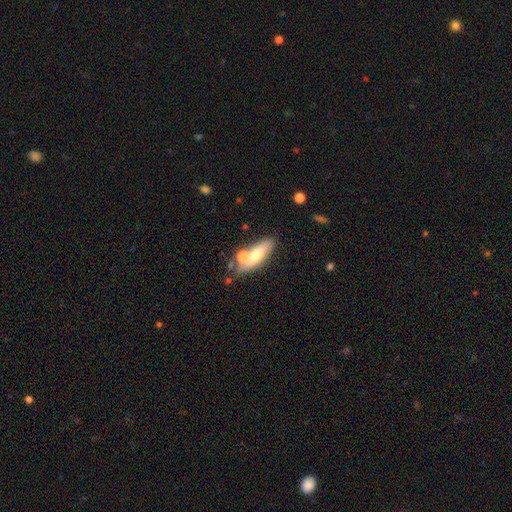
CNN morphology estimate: Smooth or featured? smooth (58%)
How rounded? in between (54%)
Merging? none (59%)